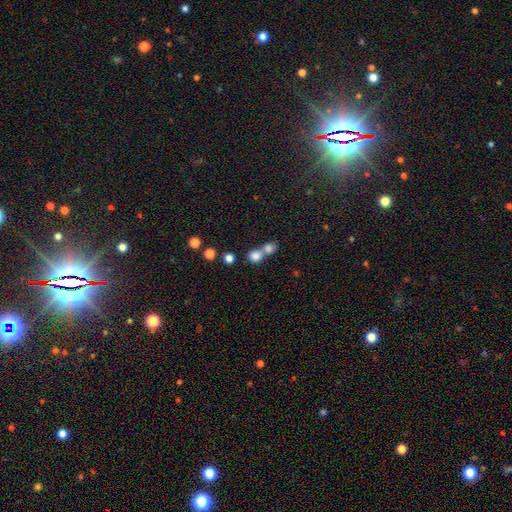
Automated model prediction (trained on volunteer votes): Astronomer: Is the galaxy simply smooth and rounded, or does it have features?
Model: smooth — 80%.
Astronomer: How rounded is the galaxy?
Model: round — 77%.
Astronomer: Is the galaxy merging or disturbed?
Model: merger — 58% (runner-up: none, 34%).